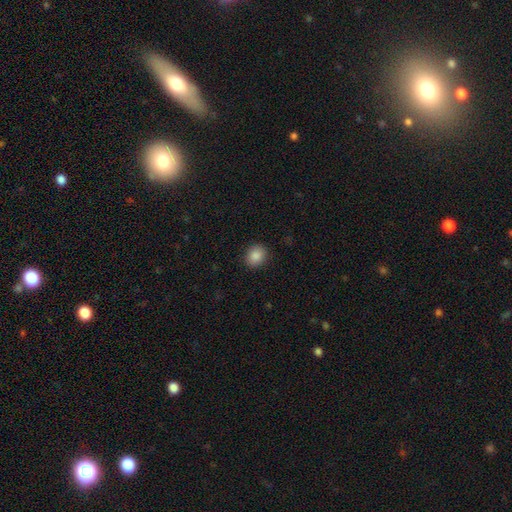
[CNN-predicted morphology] Smooth or featured? smooth (87%)
How rounded? round (69%)
Merging? none (90%)